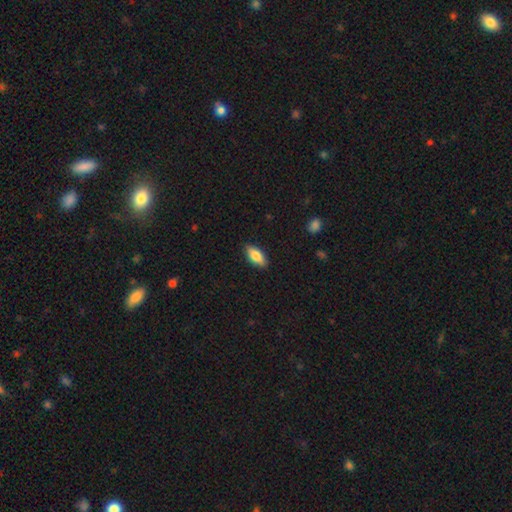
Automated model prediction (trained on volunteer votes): A smooth galaxy with no disk features (78%) that is in between round and cigar-shaped (81%). Merging: none (87%).